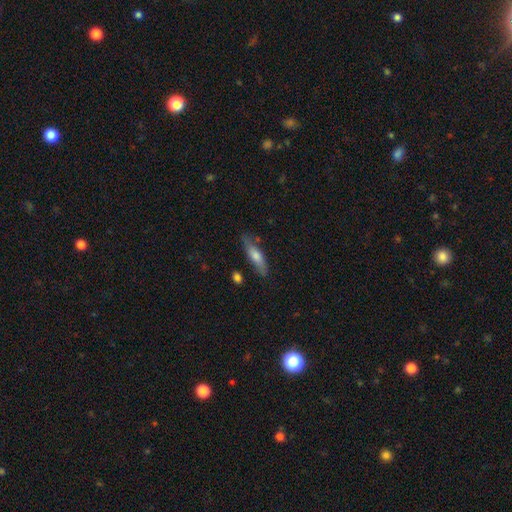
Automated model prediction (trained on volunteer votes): The model was most divided on "smooth or featured": smooth: 62%, featured or disk: 32%, star or artifact: 6%. More confident: merging — none (76%); how rounded — cigar-shaped (69%).